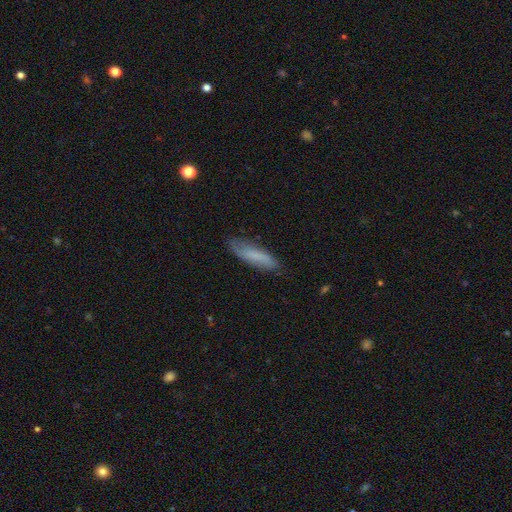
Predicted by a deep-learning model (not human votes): Smooth or featured? smooth (66%)
How rounded? cigar-shaped (63%)
Merging? none (74%)